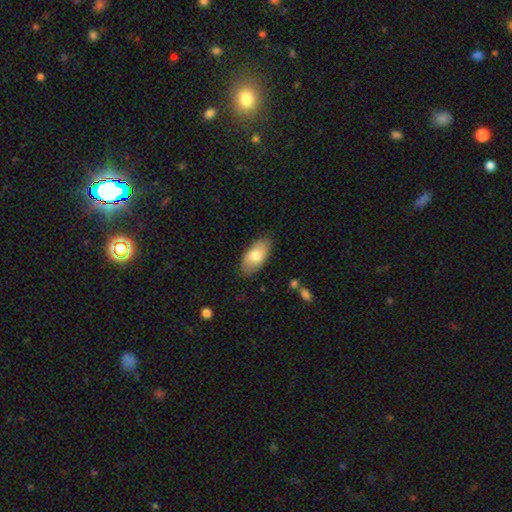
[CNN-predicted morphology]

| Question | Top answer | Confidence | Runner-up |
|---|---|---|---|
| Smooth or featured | smooth | 75% | featured or disk (19%) |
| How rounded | in between | 93% | cigar-shaped (5%) |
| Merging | none | 83% | minor disturbance (13%) |